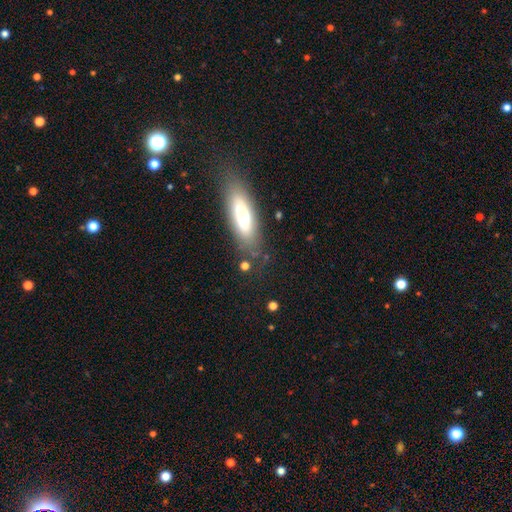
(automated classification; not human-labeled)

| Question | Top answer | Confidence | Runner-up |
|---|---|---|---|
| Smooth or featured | smooth | 67% | featured or disk (22%) |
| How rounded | cigar-shaped | 51% | in between (47%) |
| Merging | none | 76% | minor disturbance (15%) |